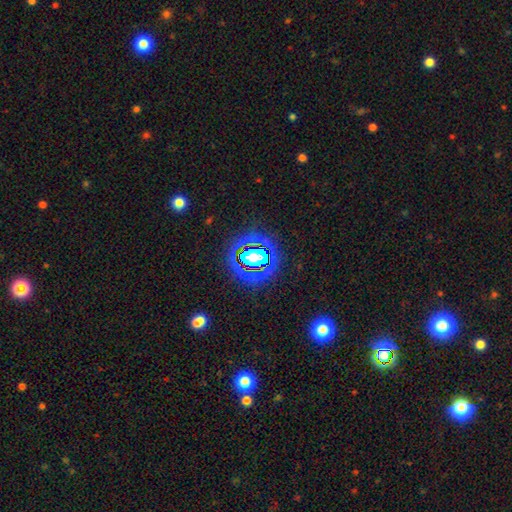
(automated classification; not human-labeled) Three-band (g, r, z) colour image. It shows a star or artifact, not a galaxy (63%).